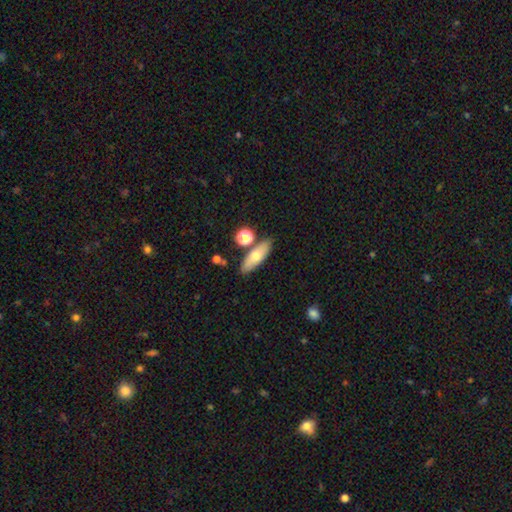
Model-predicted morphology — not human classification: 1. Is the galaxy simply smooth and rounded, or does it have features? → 66% smooth, 27% featured or disk, 8% star or artifact.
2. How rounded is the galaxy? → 56% in between, 38% cigar-shaped, 5% round.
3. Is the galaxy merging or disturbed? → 78% none, 10% minor disturbance, 9% merger, 3% major disturbance.